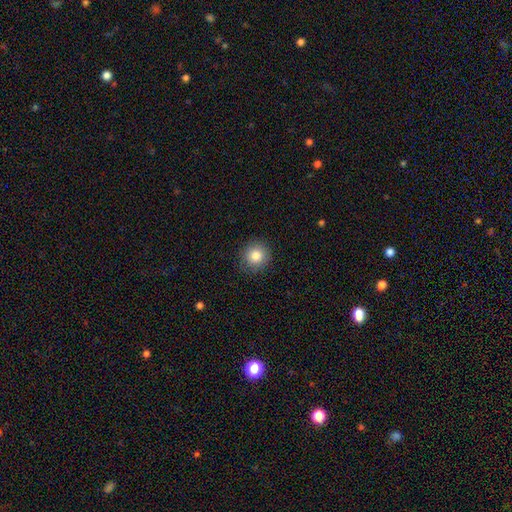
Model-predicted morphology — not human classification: type=smooth (84%); roundness=round (91%); merging=none (89%).